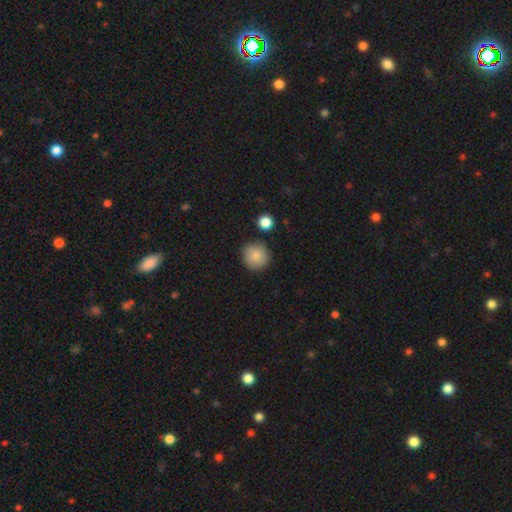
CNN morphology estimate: This is clearly a smooth galaxy (87%). How rounded: clearly round (93%). Merging: clearly none (85%).